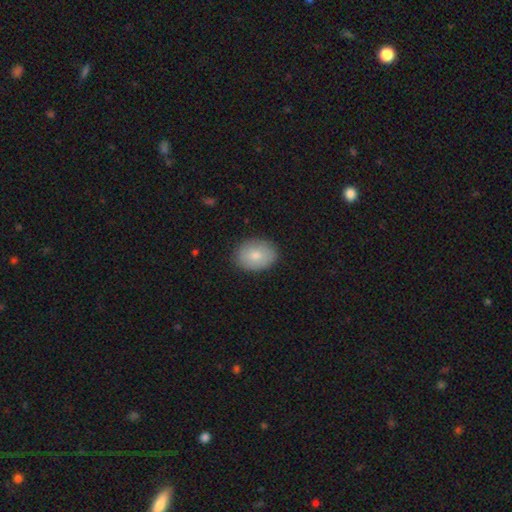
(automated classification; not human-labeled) smooth-or-featured: smooth: 80% | featured or disk: 14% | star or artifact: 7%
  how-rounded: in between: 69% | round: 30% | cigar-shaped: 1%
  merging: none: 87% | minor disturbance: 10% | major disturbance: 2% | merger: 1%